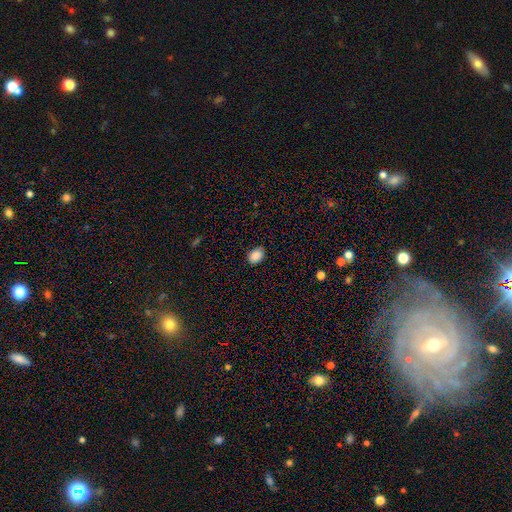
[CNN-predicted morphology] A smooth galaxy with no disk features (89%) that is in between round and cigar-shaped (75%). Merging: none (82%).